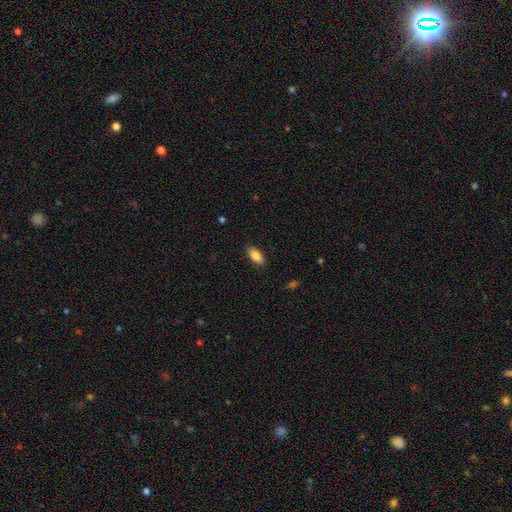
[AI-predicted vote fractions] A smooth galaxy with no disk features (87%) that is in between round and cigar-shaped (88%). Merging: none (88%).